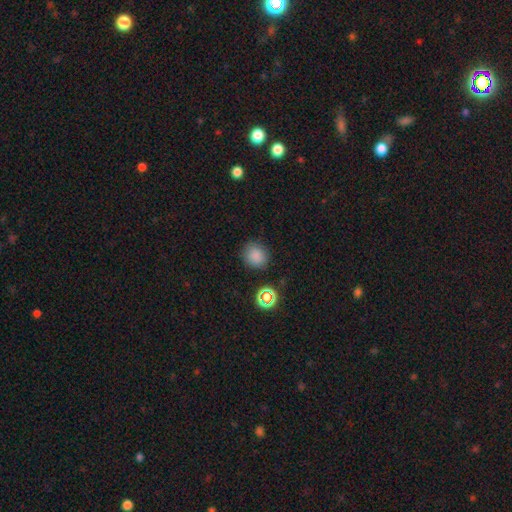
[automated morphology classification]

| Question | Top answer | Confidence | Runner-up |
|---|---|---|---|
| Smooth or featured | smooth | 82% | star or artifact (14%) |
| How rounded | round | 82% | in between (17%) |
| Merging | none | 84% | minor disturbance (10%) |